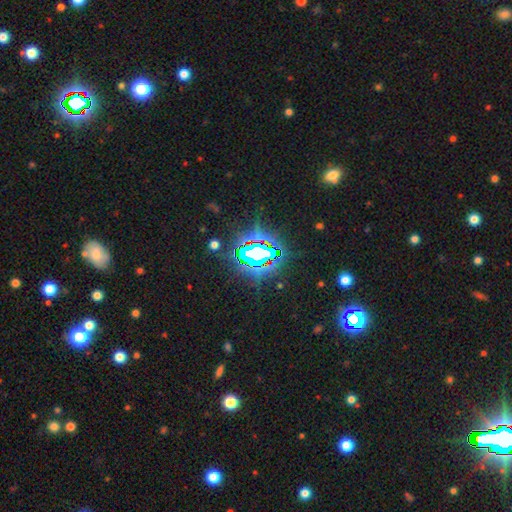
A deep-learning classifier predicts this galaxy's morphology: The model was most divided on "smooth or featured": star or artifact: 75%, smooth: 13%, featured or disk: 12%.